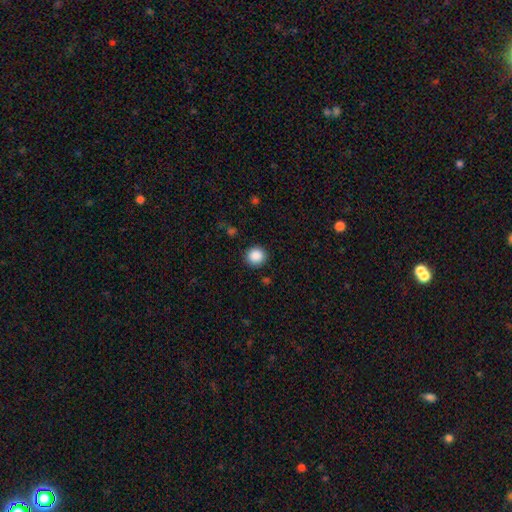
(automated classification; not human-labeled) Smooth or featured? Predicted: smooth (p=0.88). How rounded? Predicted: round (p=0.92). Merging? Predicted: none (p=0.90).